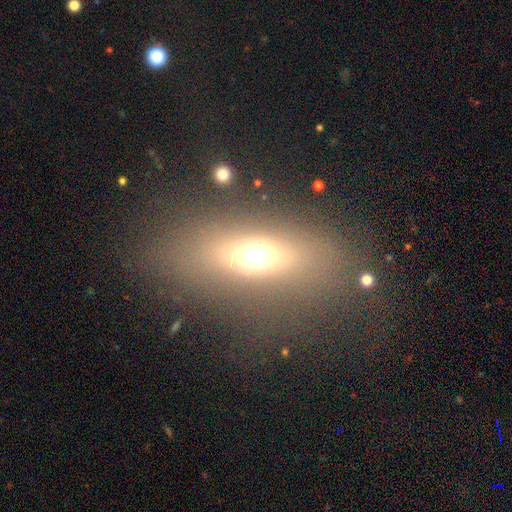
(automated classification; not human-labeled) Overall: smooth (57%; featured or disk 25%). How rounded: in between (62%; cigar-shaped 25%). Merging: none (76%).